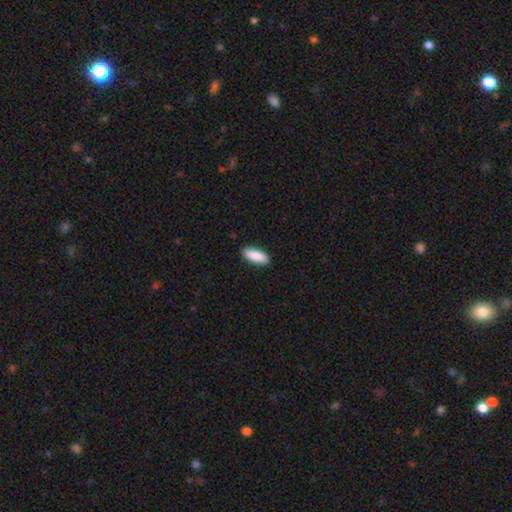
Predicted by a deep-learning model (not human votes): Smooth or featured?
  - smooth: 90% *
  - star or artifact: 5%
  - featured or disk: 5%
How rounded?
  - in between: 75% *
  - cigar-shaped: 23%
  - round: 2%
Merging?
  - none: 89% *
  - minor disturbance: 8%
  - major disturbance: 2%
  - merger: 1%